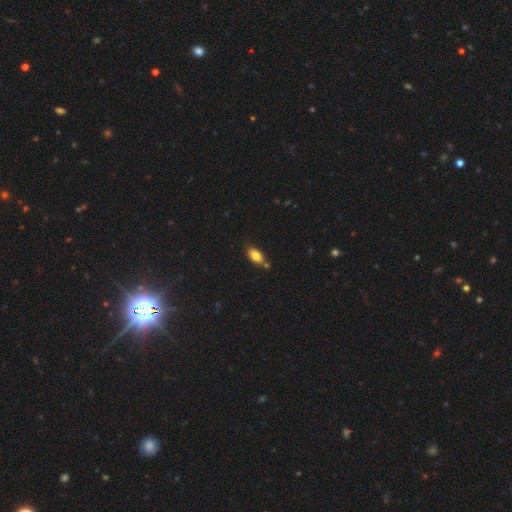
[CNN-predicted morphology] Smooth or featured? Predicted: smooth (p=0.81). How rounded? Predicted: in between (p=0.89). Merging? Predicted: none (p=0.71).